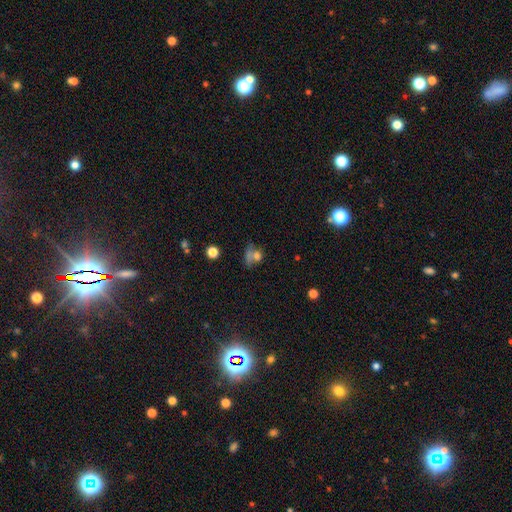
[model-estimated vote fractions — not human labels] smooth 64%, star or artifact 19%, featured or disk 17%. Down the decision tree: how rounded — round (58%); merging — none (37%).